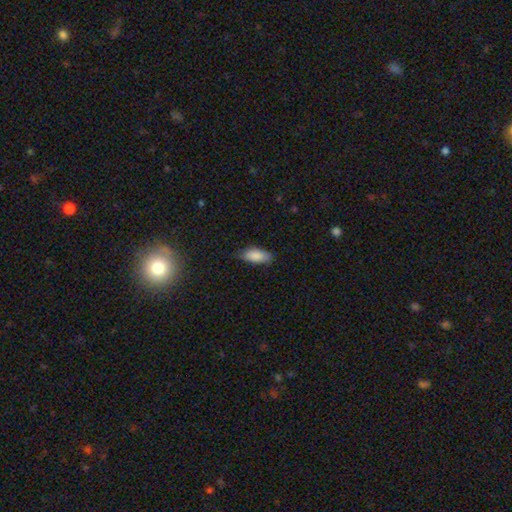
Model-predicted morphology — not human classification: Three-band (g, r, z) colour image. It shows a smooth galaxy with no disk features (86%) that is in between round and cigar-shaped (87%). Merging: none (71%).